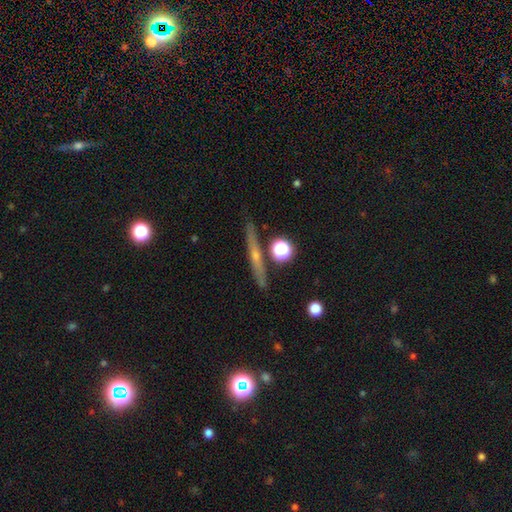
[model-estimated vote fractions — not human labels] Q: Smooth or featured?
A: featured or disk (60%); runner-up: smooth (28%)
Q: Edge-on disk?
A: yes (94%); runner-up: no (6%)
Q: Edge-on bulge?
A: rounded (60%); runner-up: none (34%)
Q: Merging?
A: none (85%); runner-up: minor disturbance (9%)